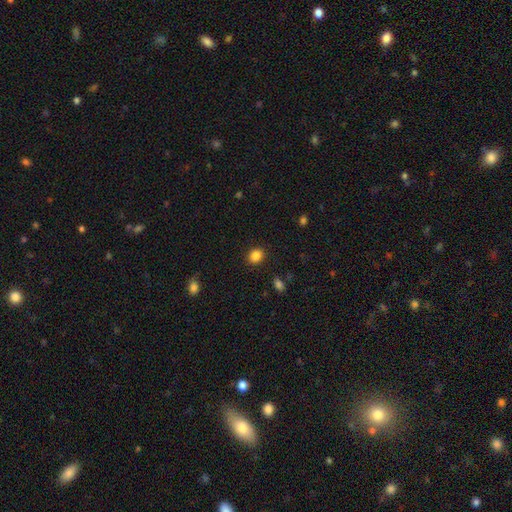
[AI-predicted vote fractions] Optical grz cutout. It shows a smooth galaxy with no disk features (86%) that is round (61%). Merging: none (90%).